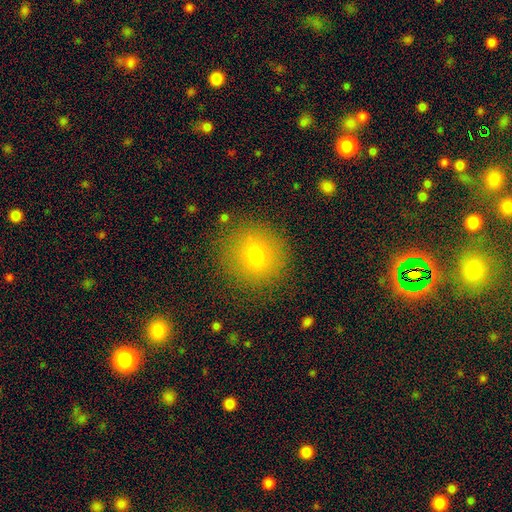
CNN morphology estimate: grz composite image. It shows a smooth galaxy with no disk features (75%) that is round (93%). Merging: none (87%).